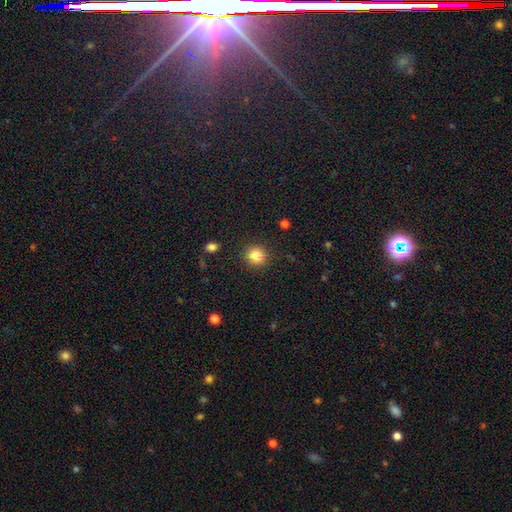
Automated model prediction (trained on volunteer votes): The model was most divided on "smooth or featured": smooth: 85%, star or artifact: 11%, featured or disk: 5%. More confident: merging — none (89%); how rounded — round (88%).